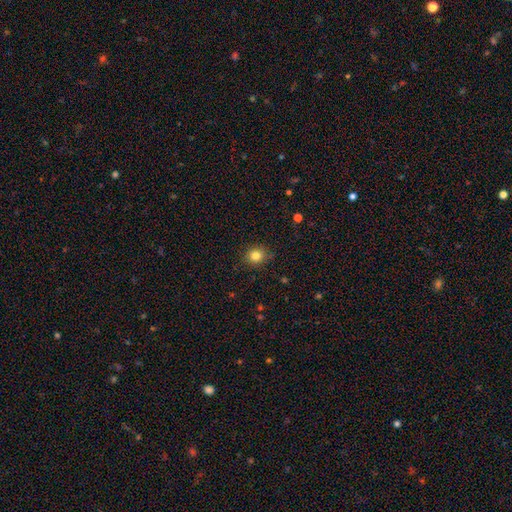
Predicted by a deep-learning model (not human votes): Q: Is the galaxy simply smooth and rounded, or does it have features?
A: smooth — 82%.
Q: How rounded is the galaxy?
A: round — 81%.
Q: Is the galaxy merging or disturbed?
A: none — 87%.